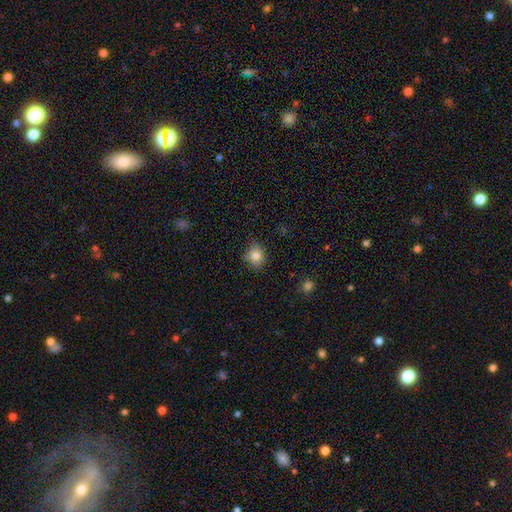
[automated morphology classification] type=smooth (81%); roundness=round (70%); merging=none (80%).